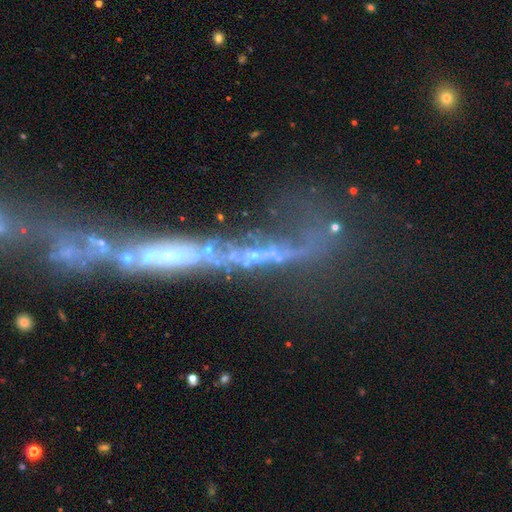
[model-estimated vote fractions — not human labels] Smooth or featured? featured or disk (56%)
Edge-on disk? no (61%)
Merging? merger (34%)